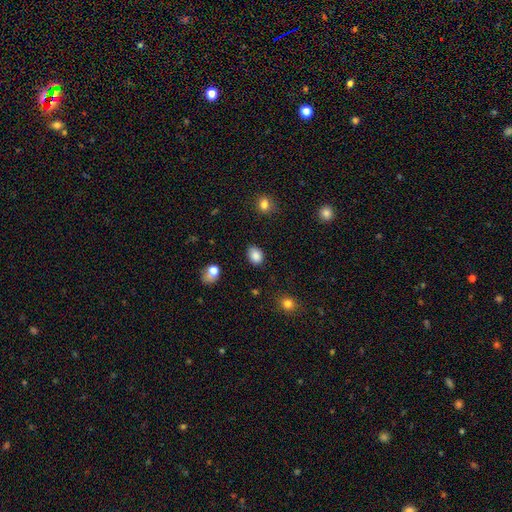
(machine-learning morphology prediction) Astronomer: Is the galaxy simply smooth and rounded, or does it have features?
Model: smooth — 86%.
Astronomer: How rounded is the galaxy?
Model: in between — 65%.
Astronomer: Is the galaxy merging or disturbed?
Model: none — 82%.